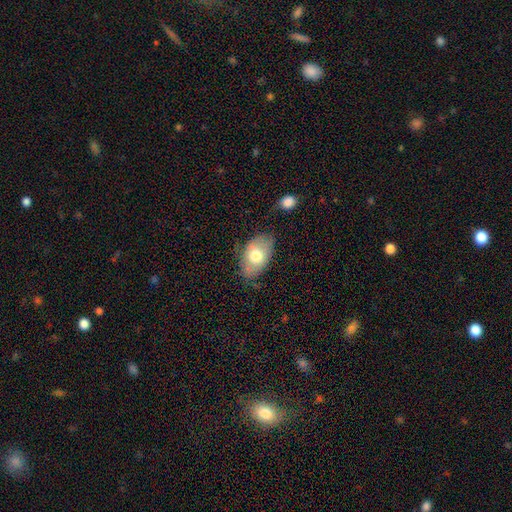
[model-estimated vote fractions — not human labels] A smooth galaxy with no disk features (69%) that is in between round and cigar-shaped (91%).

Vote fractions:
- Smooth or featured? smooth: 69% / featured or disk: 25% / star or artifact: 7%
- How rounded? in between: 91% / round: 8% / cigar-shaped: 1%
- Merging? none: 70% / minor disturbance: 22% / major disturbance: 6% / merger: 3%